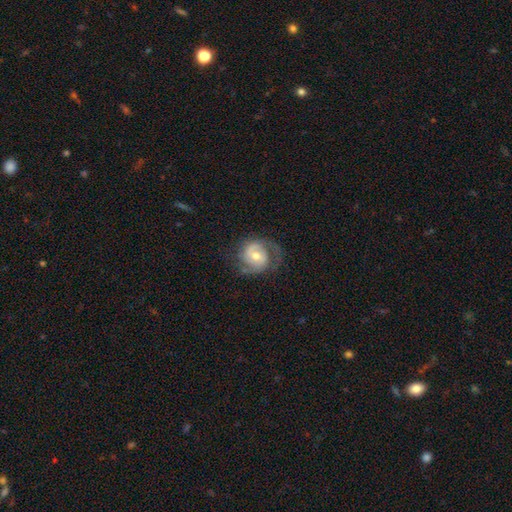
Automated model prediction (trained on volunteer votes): The model was most divided on "spiral winding": medium: 42%, tight: 40%, loose: 18%. More confident: edge-on disk — no (97%); spiral arms — yes (89%); spiral arm count — 2 (74%); smooth or featured — featured or disk (73%); bulge size — moderate (67%); merging — none (65%); bar — no (54%).